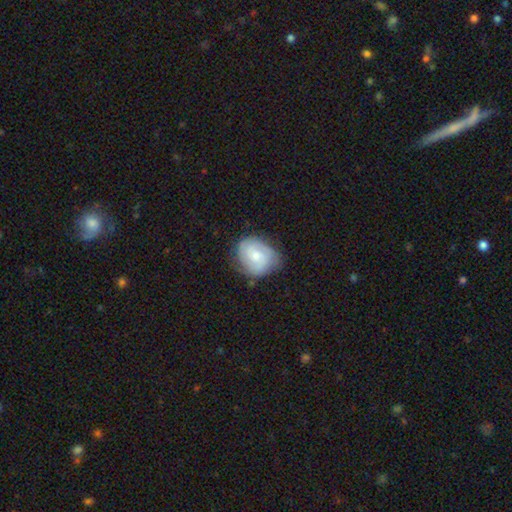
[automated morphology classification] smooth_or_featured: featured or disk (p=0.53) [alt: smooth p=0.41]
disk_edge_on: no (p=0.97) [alt: yes p=0.03]
bar: no (p=0.68) [alt: weak p=0.27]
has_spiral_arms: yes (p=0.82) [alt: no p=0.18]
bulge_size: small (p=0.51) [alt: moderate p=0.44]
merging: none (p=0.68) [alt: minor disturbance p=0.24]